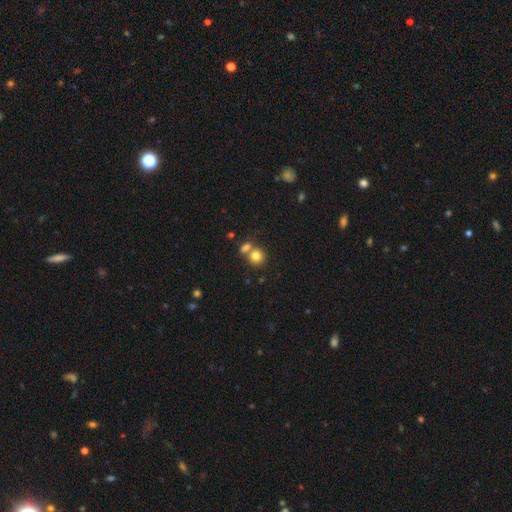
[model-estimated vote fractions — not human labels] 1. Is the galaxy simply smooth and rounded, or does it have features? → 81% smooth, 11% star or artifact, 9% featured or disk.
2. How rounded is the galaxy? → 83% round, 16% in between, 1% cigar-shaped.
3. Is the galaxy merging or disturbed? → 53% none, 36% merger, 8% minor disturbance, 3% major disturbance.